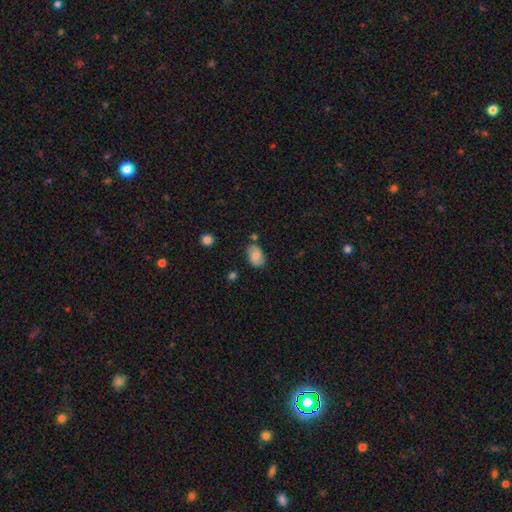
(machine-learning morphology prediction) This is likely a smooth galaxy (74%). How rounded: clearly in between (89%). Merging: likely none (71%).